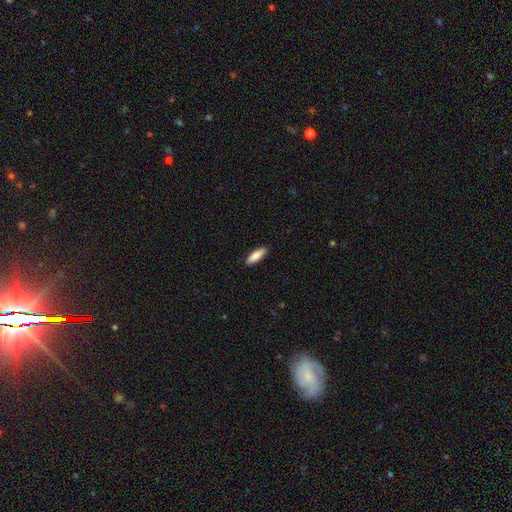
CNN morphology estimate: smooth 87%, featured or disk 7%, star or artifact 6%. Down the decision tree: how rounded — in between (54%); merging — none (89%).